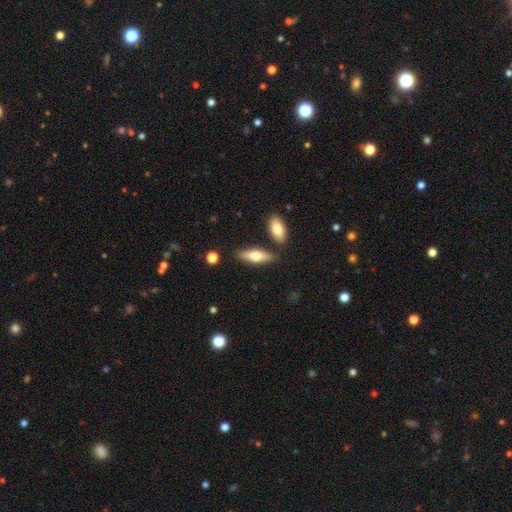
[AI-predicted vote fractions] Smooth or featured: smooth — 61% (featured or disk — 33%)
How rounded: in between — 52% (cigar-shaped — 46%)
Merging: none — 78% (minor disturbance — 10%)